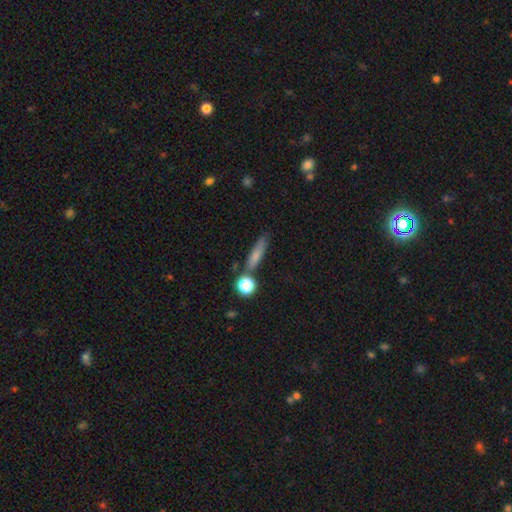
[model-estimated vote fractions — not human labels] smooth_or_featured: smooth (p=0.70) [alt: featured or disk p=0.19]
how_rounded: cigar-shaped (p=0.73) [alt: in between p=0.19]
merging: none (p=0.68) [alt: minor disturbance p=0.15]